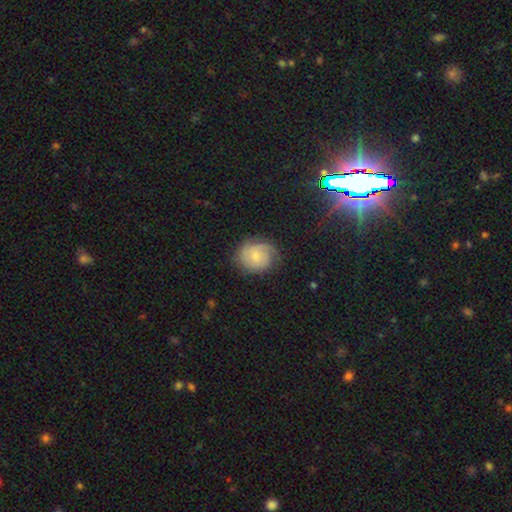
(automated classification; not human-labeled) Overall: featured or disk (46%; smooth 45%). Merging: none (66%).